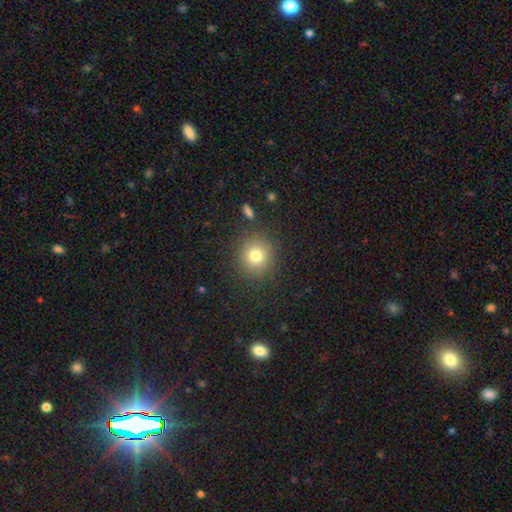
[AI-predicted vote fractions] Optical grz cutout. It shows a smooth galaxy with no disk features (78%) that is round (88%). Merging: none (86%).